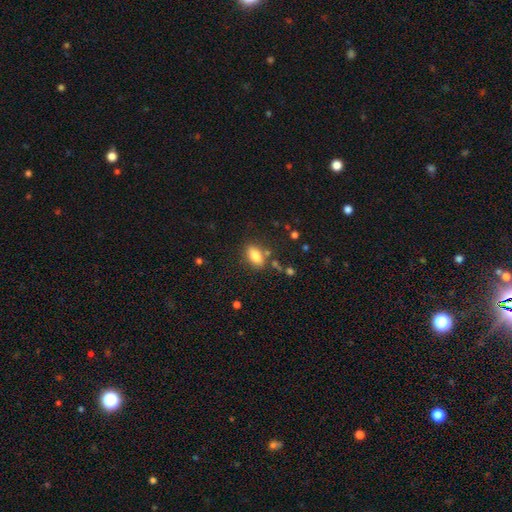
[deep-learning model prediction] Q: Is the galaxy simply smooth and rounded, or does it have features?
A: smooth — 83%.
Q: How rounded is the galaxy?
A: in between — 87%.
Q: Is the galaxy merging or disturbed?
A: none — 78%.